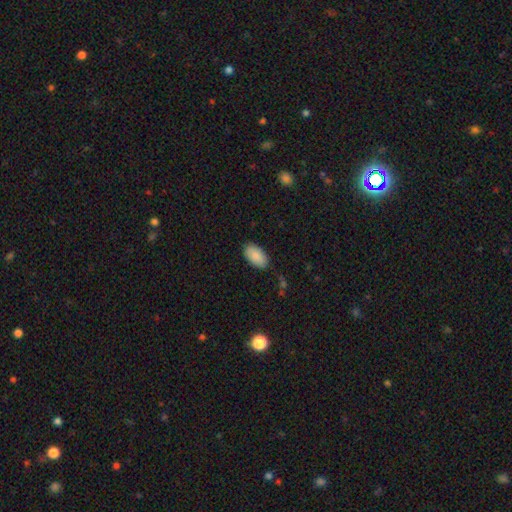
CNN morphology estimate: Q: Smooth or featured?
A: smooth (90%); runner-up: star or artifact (6%)
Q: How rounded?
A: in between (95%); runner-up: round (3%)
Q: Merging?
A: none (85%); runner-up: minor disturbance (12%)